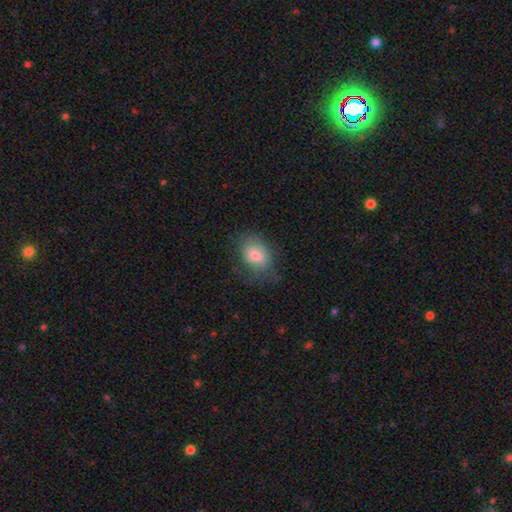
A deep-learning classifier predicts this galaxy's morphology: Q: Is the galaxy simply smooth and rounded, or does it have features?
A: smooth — 75%.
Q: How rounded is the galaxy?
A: in between — 76%.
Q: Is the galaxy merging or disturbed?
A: none — 62%.